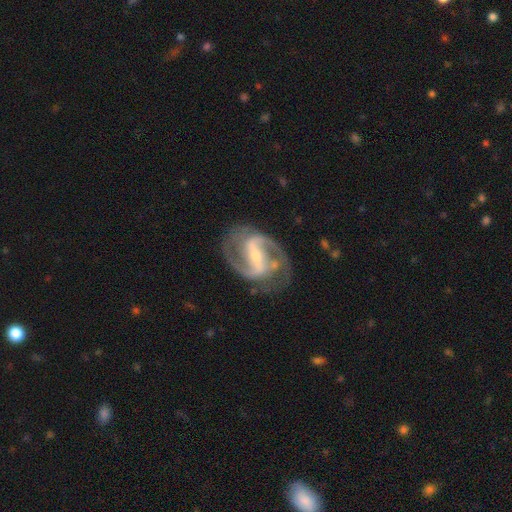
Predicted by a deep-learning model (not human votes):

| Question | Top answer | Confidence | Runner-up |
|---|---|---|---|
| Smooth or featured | featured or disk | 92% | star or artifact (4%) |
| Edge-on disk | no | 97% | yes (3%) |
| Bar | strong | 62% | weak (28%) |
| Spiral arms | yes | 98% | no (2%) |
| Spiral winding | medium | 58% | loose (21%) |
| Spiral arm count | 2 | 91% | 3 (3%) |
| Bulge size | small | 62% | moderate (32%) |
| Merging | none | 76% | minor disturbance (15%) |